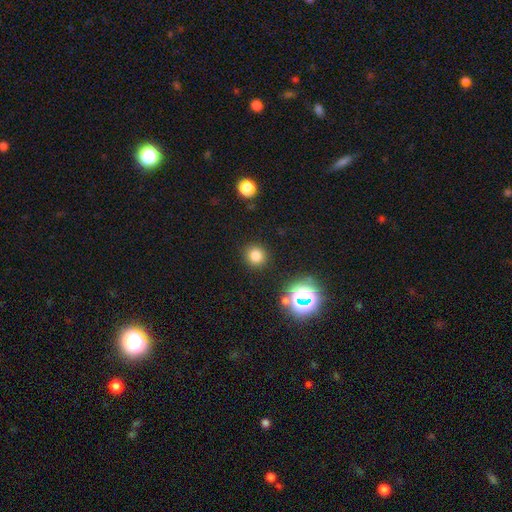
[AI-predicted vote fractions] This appears to be a smooth galaxy with no disk features (77%) that is round (91%). Merging: none (89%).